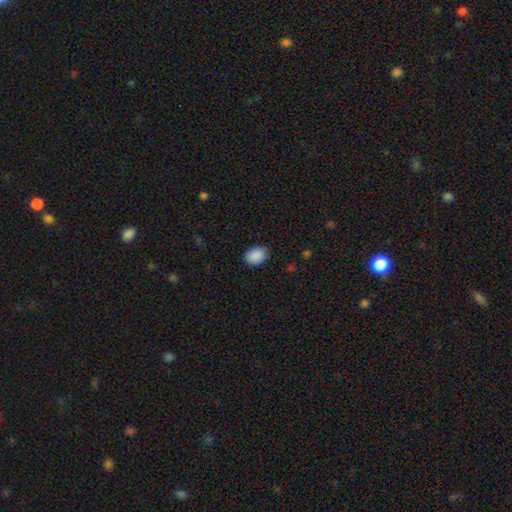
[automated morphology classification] Smooth or featured? Predicted: smooth (p=0.90). How rounded? Predicted: in between (p=0.69). Merging? Predicted: none (p=0.86).